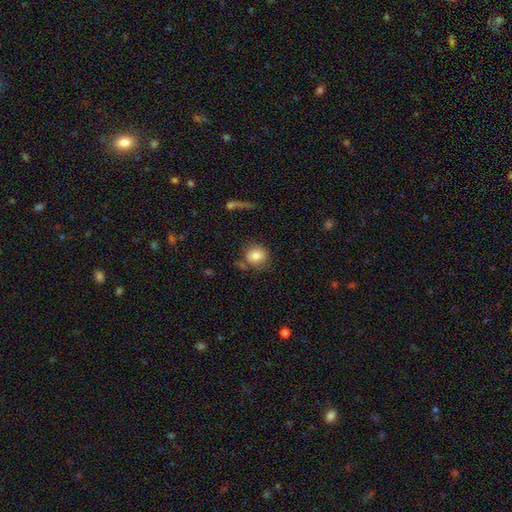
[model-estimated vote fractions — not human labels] Morphology: type=smooth (82%); roundness=round (82%); merging=none (68%).